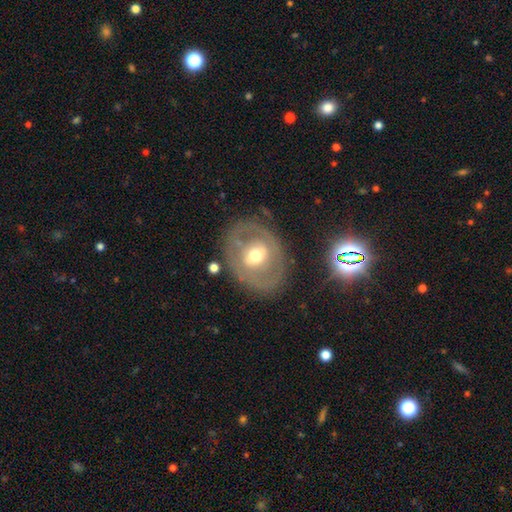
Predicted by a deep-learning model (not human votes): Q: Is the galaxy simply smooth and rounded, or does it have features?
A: featured or disk — 62%.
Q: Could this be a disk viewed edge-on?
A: no — 94%.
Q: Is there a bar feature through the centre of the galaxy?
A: no — 46%.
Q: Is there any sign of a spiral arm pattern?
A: no — 73%.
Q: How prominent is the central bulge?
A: moderate — 70%.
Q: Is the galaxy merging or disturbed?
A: none — 75%.